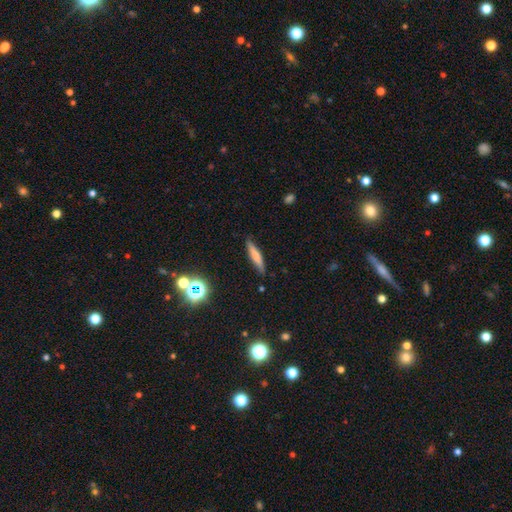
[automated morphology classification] Smooth or featured? Predicted: smooth (p=0.63). How rounded? Predicted: cigar-shaped (p=0.87). Merging? Predicted: none (p=0.86).